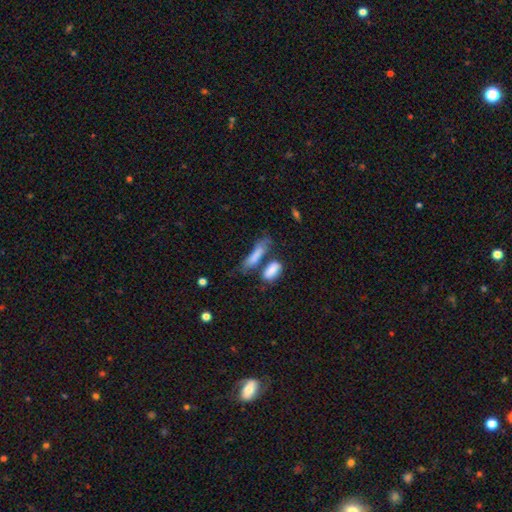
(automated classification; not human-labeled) Smooth or featured? smooth (78%)
How rounded? cigar-shaped (49%)
Merging? none (38%)